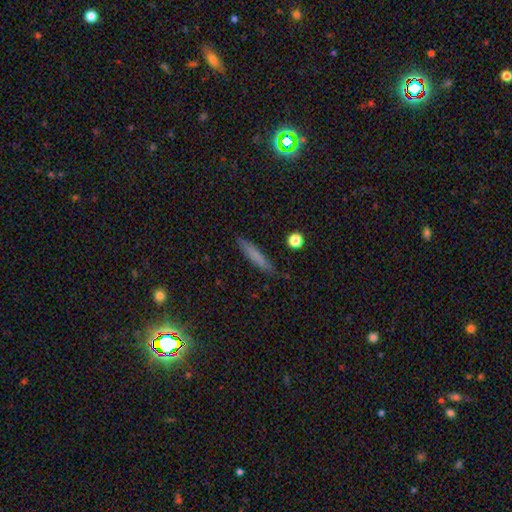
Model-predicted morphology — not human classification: Smooth or featured? Predicted: smooth (p=0.72). How rounded? Predicted: cigar-shaped (p=0.91). Merging? Predicted: none (p=0.86).